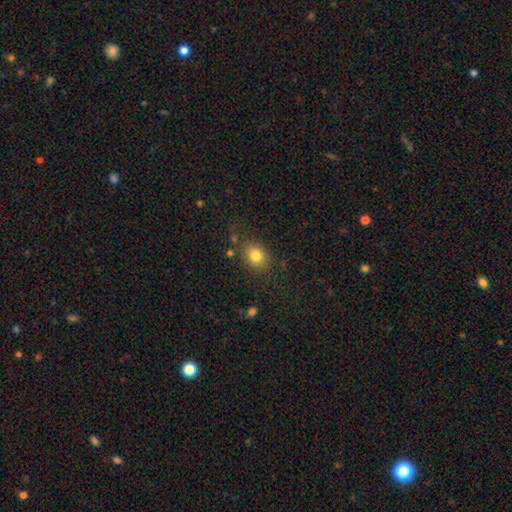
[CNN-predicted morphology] A smooth galaxy with no disk features (81%) that is round (60%).

Vote fractions:
- Smooth or featured? smooth: 81% / star or artifact: 12% / featured or disk: 8%
- How rounded? round: 60% / in between: 39% / cigar-shaped: 1%
- Merging? none: 80% / minor disturbance: 12% / major disturbance: 5% / merger: 3%